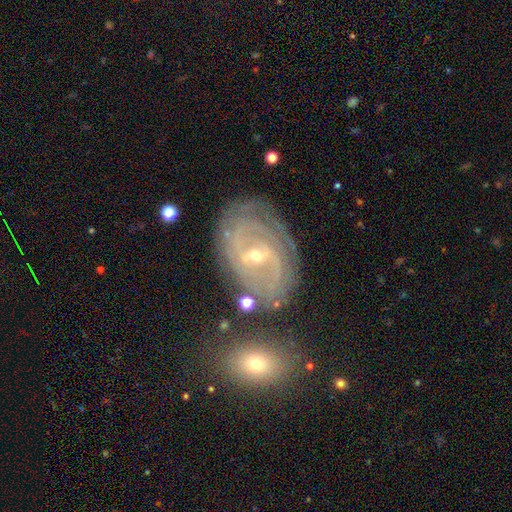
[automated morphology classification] featured or disk 85%, smooth 8%, star or artifact 7%. Down the decision tree: edge-on disk — no (96%); bar — weak (51%); spiral arms — yes (94%); spiral arm count — can't tell (34%); spiral winding — tight (66%); bulge size — small (67%); merging — none (72%).